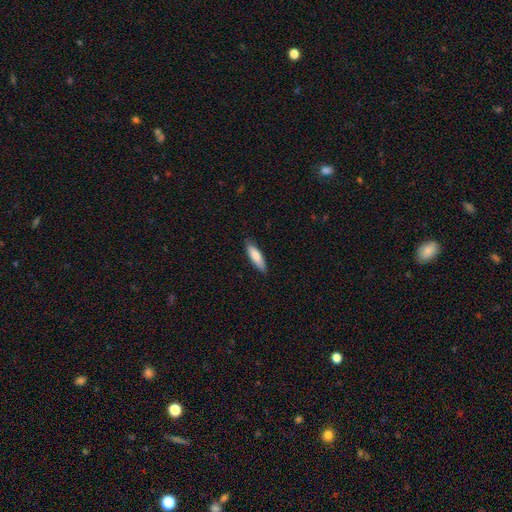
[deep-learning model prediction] smooth 79%, featured or disk 16%, star or artifact 5%. Down the decision tree: how rounded — cigar-shaped (58%); merging — none (85%).